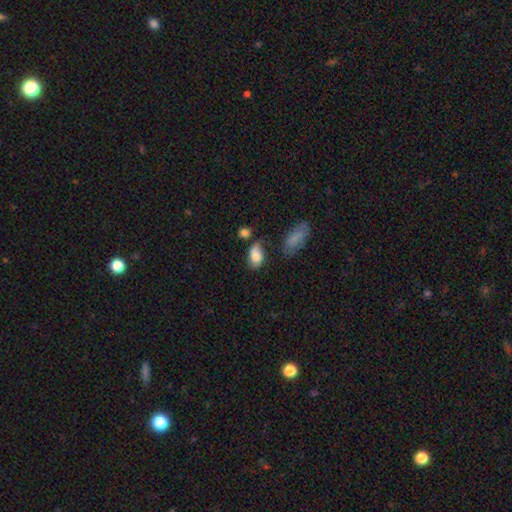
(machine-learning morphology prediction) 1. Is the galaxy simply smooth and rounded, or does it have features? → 79% smooth, 13% featured or disk, 8% star or artifact.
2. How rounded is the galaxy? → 87% in between, 11% round, 2% cigar-shaped.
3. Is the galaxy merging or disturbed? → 45% none, 30% minor disturbance, 13% merger, 12% major disturbance.